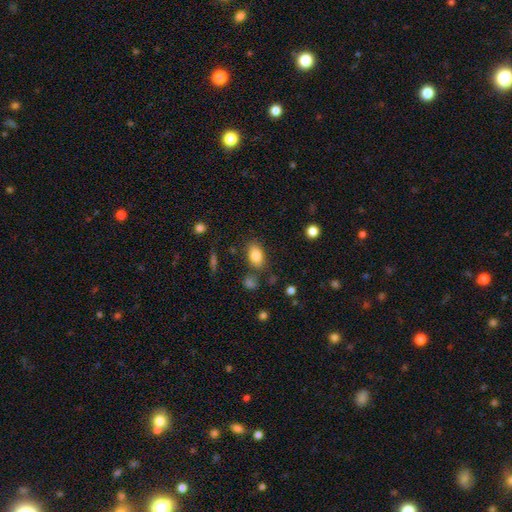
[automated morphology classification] smooth-or-featured: smooth: 82% | featured or disk: 9% | star or artifact: 8%
  how-rounded: in between: 88% | round: 9% | cigar-shaped: 3%
  merging: none: 76% | minor disturbance: 14% | merger: 6% | major disturbance: 4%